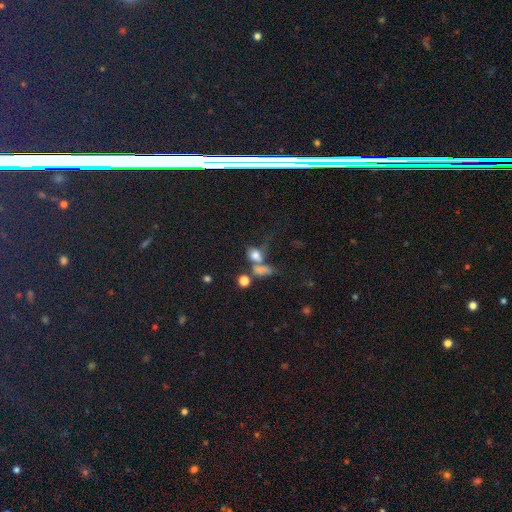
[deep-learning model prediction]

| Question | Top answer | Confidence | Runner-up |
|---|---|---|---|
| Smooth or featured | smooth | 69% | star or artifact (16%) |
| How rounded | round | 49% | in between (47%) |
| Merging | merger | 41% | none (31%) |